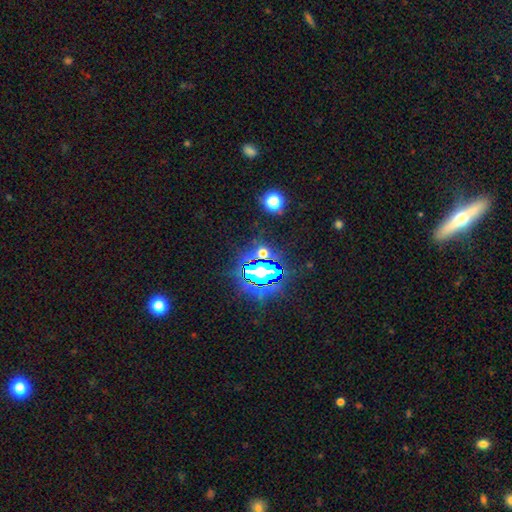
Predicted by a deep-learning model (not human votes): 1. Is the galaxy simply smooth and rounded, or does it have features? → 76% star or artifact, 13% smooth, 11% featured or disk.